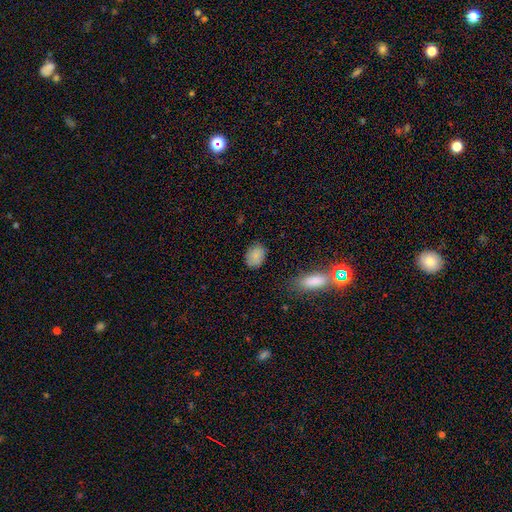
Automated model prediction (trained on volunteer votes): Q: Smooth or featured?
A: smooth (85%); runner-up: star or artifact (8%)
Q: How rounded?
A: in between (72%); runner-up: round (26%)
Q: Merging?
A: none (80%); runner-up: minor disturbance (15%)